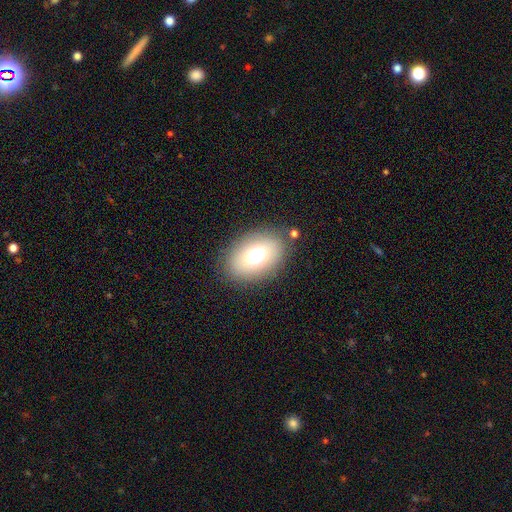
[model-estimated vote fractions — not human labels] smooth 68%, featured or disk 18%, star or artifact 14%. Down the decision tree: how rounded — in between (73%); merging — none (82%).